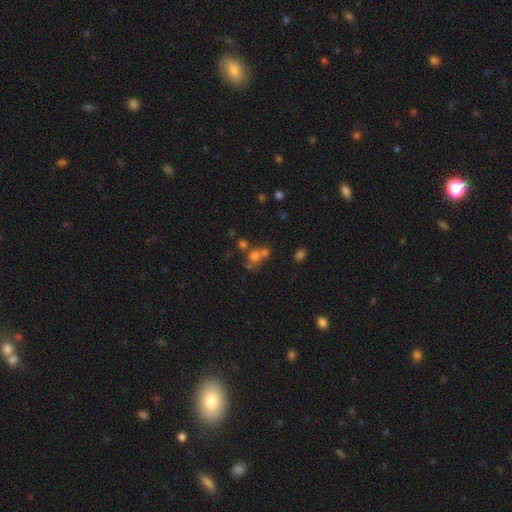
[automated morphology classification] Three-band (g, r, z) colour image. It shows a smooth galaxy with no disk features (59%) that is round (81%). Merging: merger (43%).